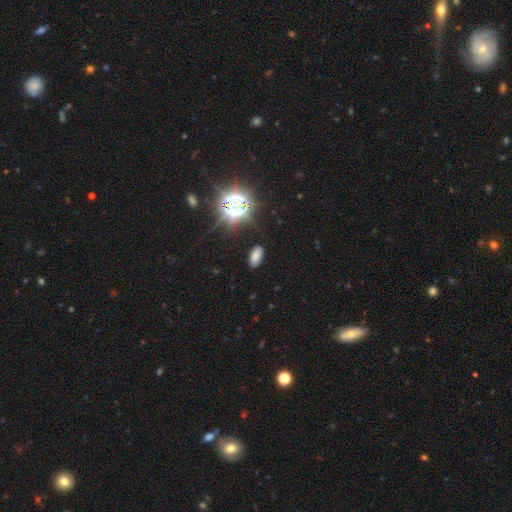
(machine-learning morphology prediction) Smooth or featured? Predicted: smooth (p=0.65). How rounded? Predicted: in between (p=0.91). Merging? Predicted: none (p=0.85).